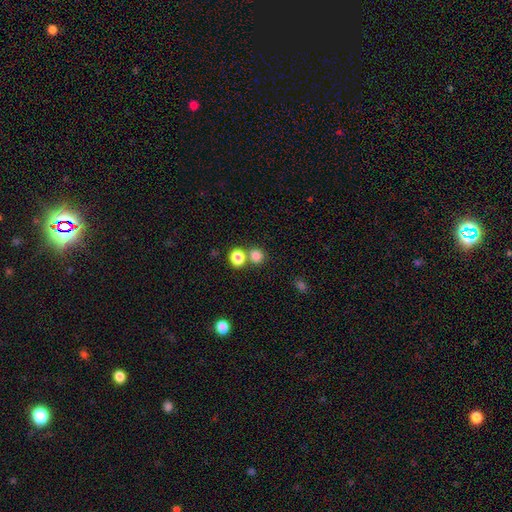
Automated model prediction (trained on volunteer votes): Morphology: type=smooth (81%); roundness=round (85%); merging=none (61%).